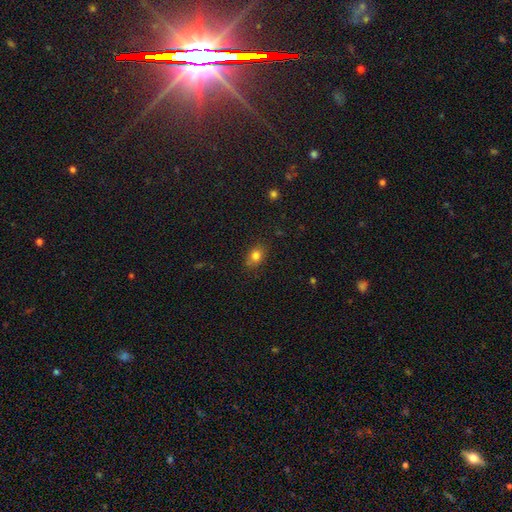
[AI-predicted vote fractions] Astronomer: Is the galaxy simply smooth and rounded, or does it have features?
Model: smooth — 80%.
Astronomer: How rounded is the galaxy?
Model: in between — 65%.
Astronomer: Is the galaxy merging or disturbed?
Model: none — 81%.